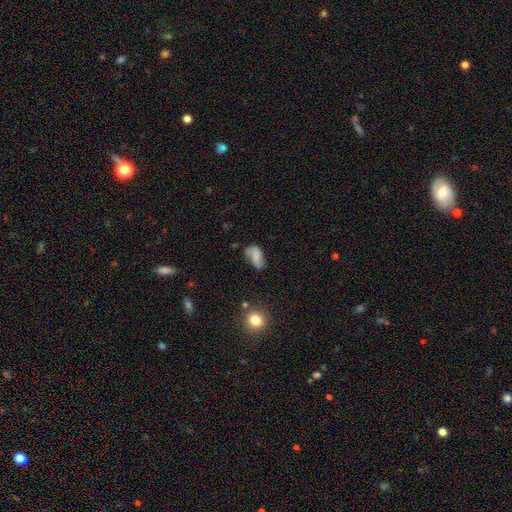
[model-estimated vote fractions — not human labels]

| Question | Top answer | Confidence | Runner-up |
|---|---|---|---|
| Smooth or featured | smooth | 68% | featured or disk (21%) |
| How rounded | in between | 90% | round (6%) |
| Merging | none | 52% | minor disturbance (32%) |